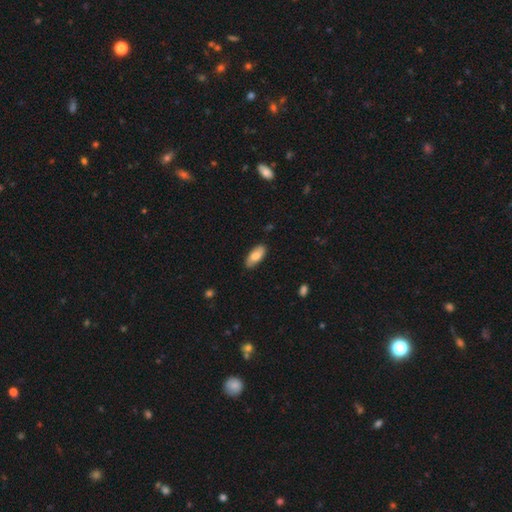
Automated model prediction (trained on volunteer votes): A smooth galaxy with no disk features (76%) that is in between round and cigar-shaped (88%).

Vote fractions:
- Smooth or featured? smooth: 76% / featured or disk: 18% / star or artifact: 6%
- How rounded? in between: 88% / cigar-shaped: 10% / round: 2%
- Merging? none: 84% / minor disturbance: 13% / major disturbance: 2% / merger: 1%